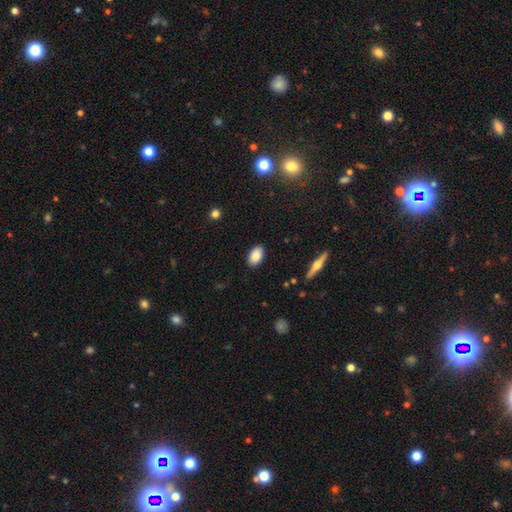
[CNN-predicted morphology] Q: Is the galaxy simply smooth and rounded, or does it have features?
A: smooth — 86%.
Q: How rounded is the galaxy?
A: in between — 92%.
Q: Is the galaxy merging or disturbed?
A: none — 88%.